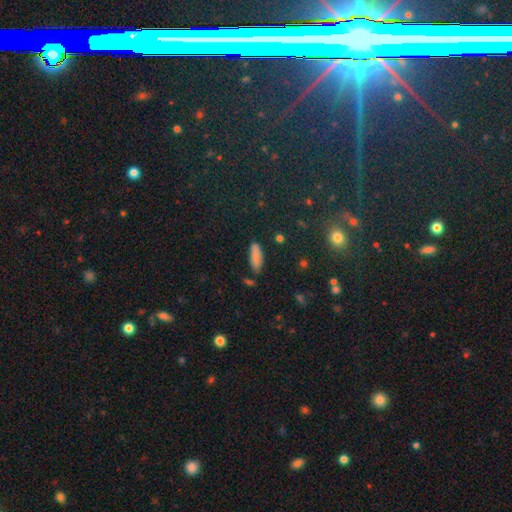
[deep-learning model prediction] Smooth or featured?
  - smooth: 82% *
  - star or artifact: 10%
  - featured or disk: 7%
How rounded?
  - in between: 61% *
  - cigar-shaped: 37%
  - round: 3%
Merging?
  - none: 76% *
  - minor disturbance: 16%
  - merger: 5%
  - major disturbance: 4%